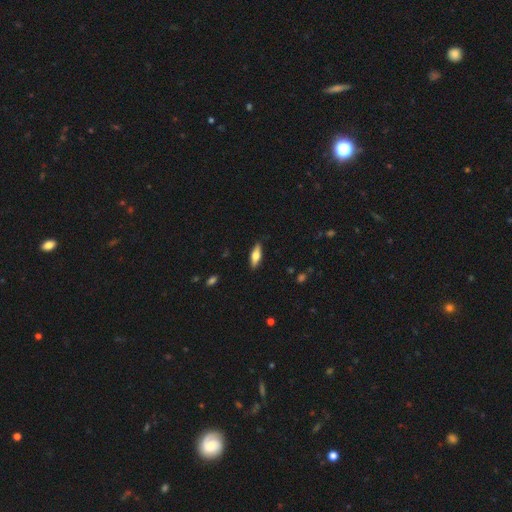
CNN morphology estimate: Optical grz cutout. It shows a smooth galaxy with no disk features (59%) that is in between round and cigar-shaped (59%). Merging: none (87%).